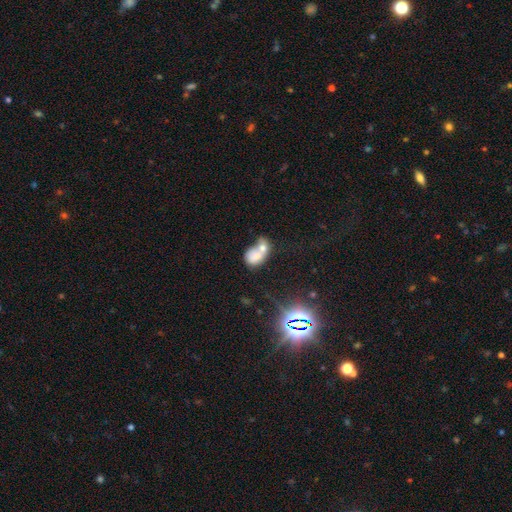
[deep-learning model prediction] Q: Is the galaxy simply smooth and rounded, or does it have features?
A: smooth — 64%.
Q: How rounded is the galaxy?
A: in between — 66%.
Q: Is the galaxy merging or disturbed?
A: merger — 74%.